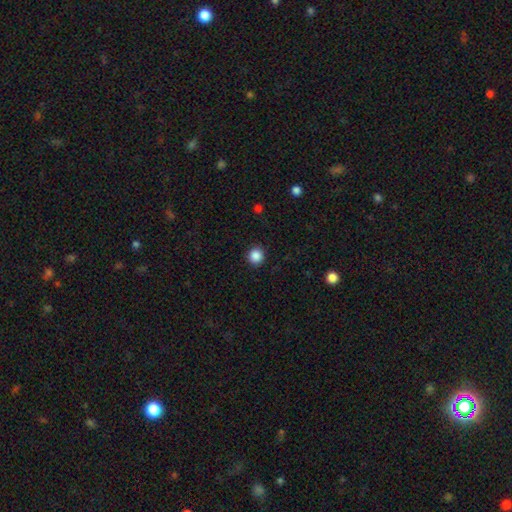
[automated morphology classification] This is clearly a smooth galaxy (87%). How rounded: clearly round (93%). Merging: clearly none (92%).